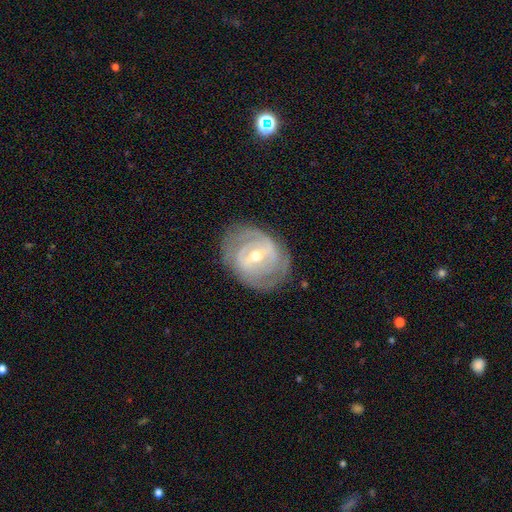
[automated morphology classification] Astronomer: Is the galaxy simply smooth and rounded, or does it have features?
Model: featured or disk — 84%.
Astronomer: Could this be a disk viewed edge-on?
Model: no — 96%.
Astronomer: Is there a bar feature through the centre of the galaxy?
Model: weak — 48% (runner-up: strong, 30%).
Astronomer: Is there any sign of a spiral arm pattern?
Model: yes — 89%.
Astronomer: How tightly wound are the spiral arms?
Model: tight — 64%.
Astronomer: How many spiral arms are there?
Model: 2 — 42% (runner-up: can't tell, 31%).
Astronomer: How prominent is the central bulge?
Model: moderate — 49% (runner-up: small, 47%).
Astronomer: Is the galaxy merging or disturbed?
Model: none — 76%.